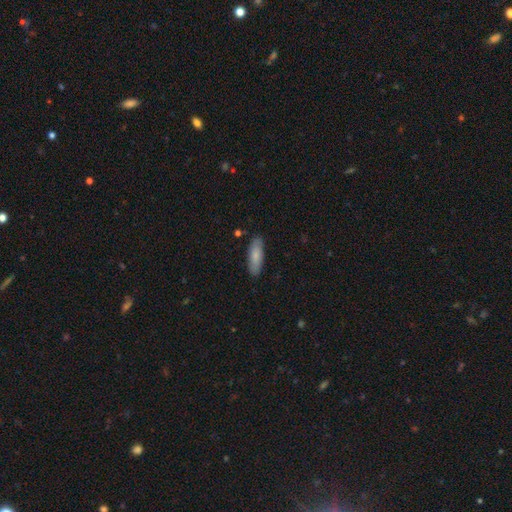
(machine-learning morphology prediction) Smooth or featured? smooth (80%)
How rounded? in between (56%)
Merging? none (86%)